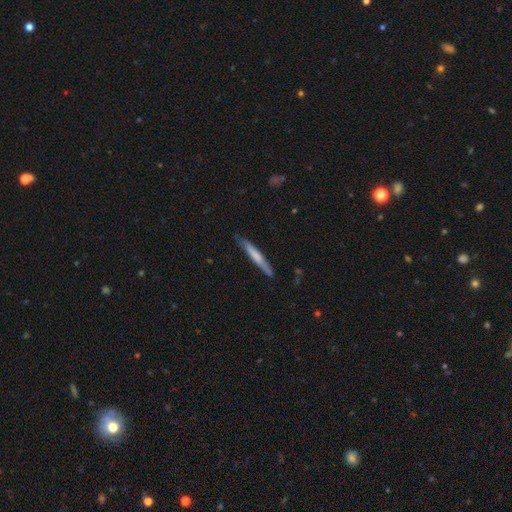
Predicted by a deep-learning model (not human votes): This is possibly a smooth galaxy (57%). How rounded: clearly cigar-shaped (95%). Merging: clearly none (82%).